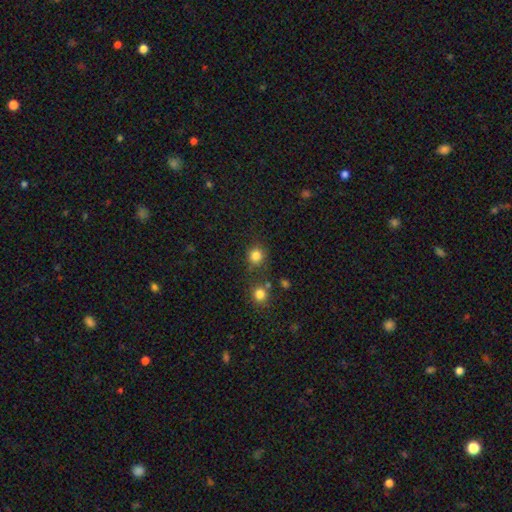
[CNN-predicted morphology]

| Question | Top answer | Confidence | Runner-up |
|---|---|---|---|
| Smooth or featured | smooth | 82% | star or artifact (13%) |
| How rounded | round | 87% | in between (12%) |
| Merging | none | 73% | minor disturbance (12%) |